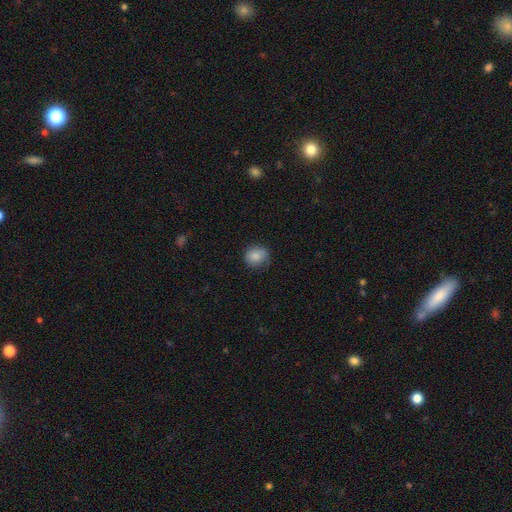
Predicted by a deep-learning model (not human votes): smooth 85%, star or artifact 9%, featured or disk 6%. Down the decision tree: how rounded — round (74%); merging — none (78%).